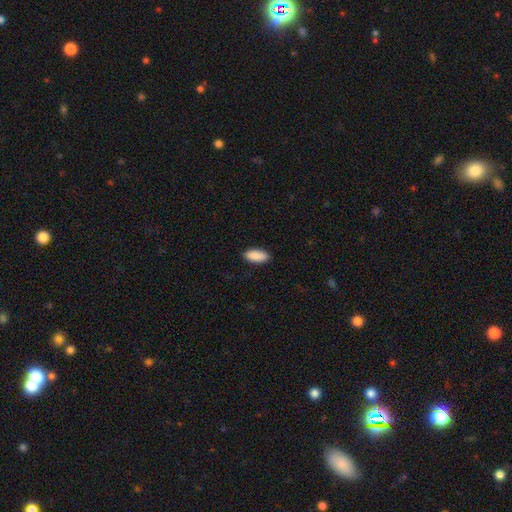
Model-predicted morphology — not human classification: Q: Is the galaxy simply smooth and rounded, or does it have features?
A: smooth — 91%.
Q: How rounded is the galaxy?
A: in between — 86%.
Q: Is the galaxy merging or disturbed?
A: none — 89%.